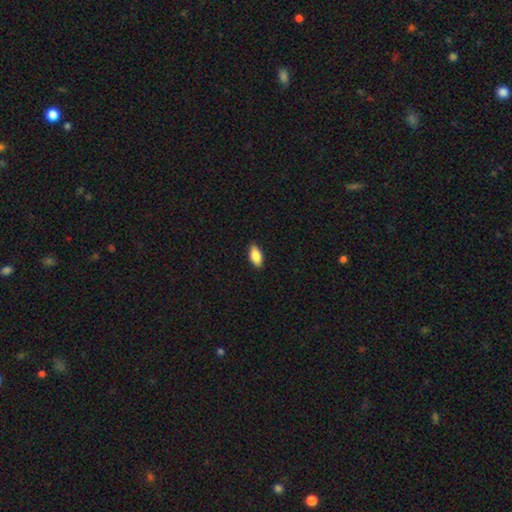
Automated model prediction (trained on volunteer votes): smooth-or-featured: smooth: 86% | featured or disk: 8% | star or artifact: 7%
  how-rounded: in between: 90% | cigar-shaped: 8% | round: 3%
  merging: none: 87% | minor disturbance: 10% | major disturbance: 2% | merger: 1%